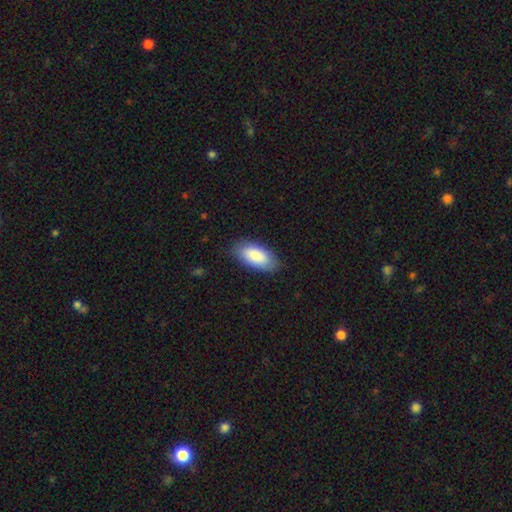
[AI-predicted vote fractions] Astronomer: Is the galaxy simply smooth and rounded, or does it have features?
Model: smooth — 88%.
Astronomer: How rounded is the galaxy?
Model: in between — 92%.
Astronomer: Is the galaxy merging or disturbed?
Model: none — 83%.